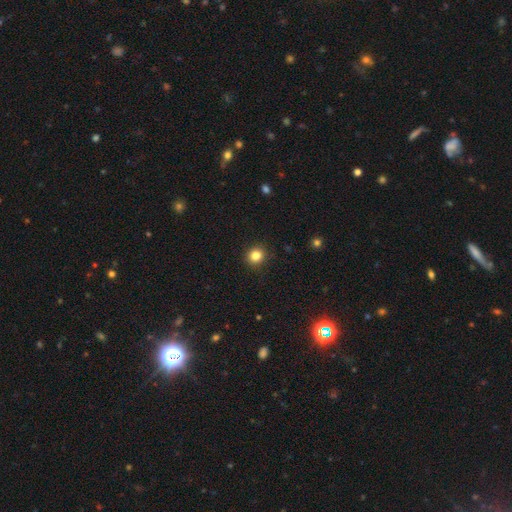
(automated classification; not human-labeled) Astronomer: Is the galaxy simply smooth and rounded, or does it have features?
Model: smooth — 83%.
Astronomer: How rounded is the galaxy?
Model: round — 88%.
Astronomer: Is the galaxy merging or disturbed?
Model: none — 91%.